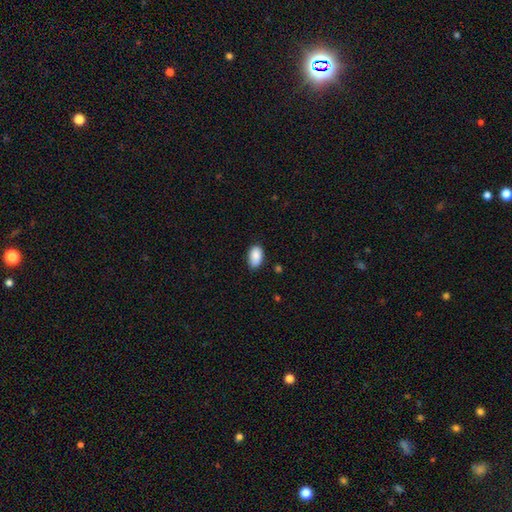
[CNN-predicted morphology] smooth-or-featured: smooth: 88% | star or artifact: 7% | featured or disk: 5%
  how-rounded: in between: 93% | round: 6% | cigar-shaped: 1%
  merging: none: 75% | minor disturbance: 20% | major disturbance: 3% | merger: 1%